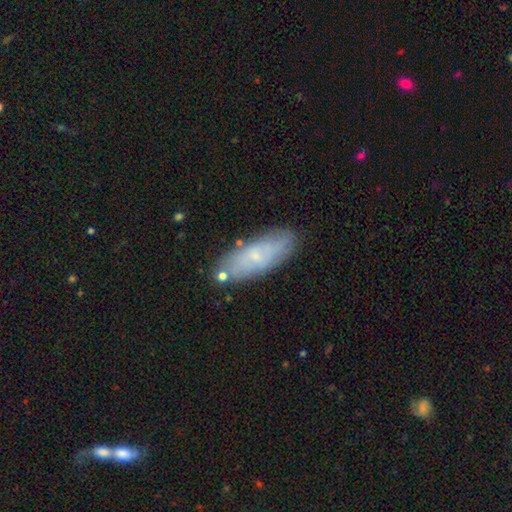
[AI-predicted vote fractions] The model was most divided on "smooth or featured": smooth: 55%, featured or disk: 37%, star or artifact: 8%. More confident: merging — none (77%); how rounded — in between (66%).